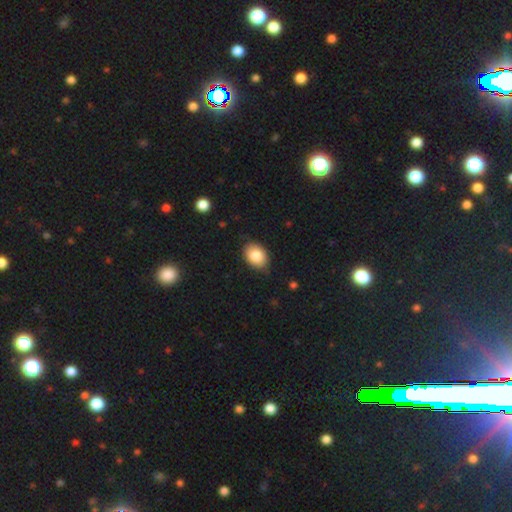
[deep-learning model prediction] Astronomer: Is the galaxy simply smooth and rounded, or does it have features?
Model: smooth — 83%.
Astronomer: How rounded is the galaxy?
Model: in between — 78%.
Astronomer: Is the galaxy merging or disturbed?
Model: none — 79%.